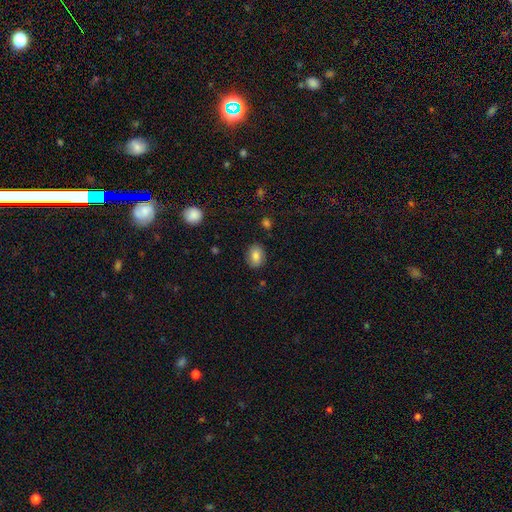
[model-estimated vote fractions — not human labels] Smooth or featured? Predicted: smooth (p=0.81). How rounded? Predicted: in between (p=0.63). Merging? Predicted: none (p=0.85).